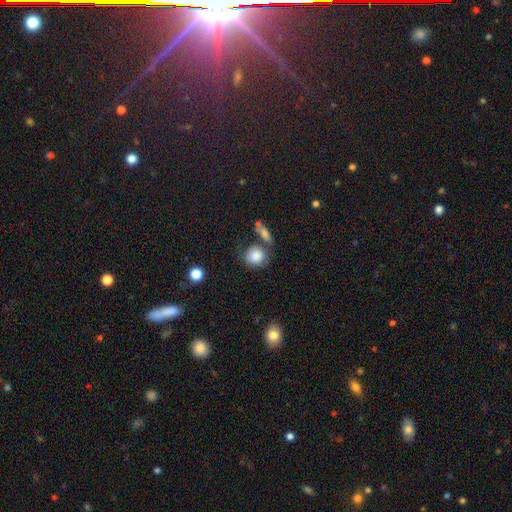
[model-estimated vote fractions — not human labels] This appears to be a smooth galaxy with no disk features (82%) that is round (78%). Merging: none (49%).